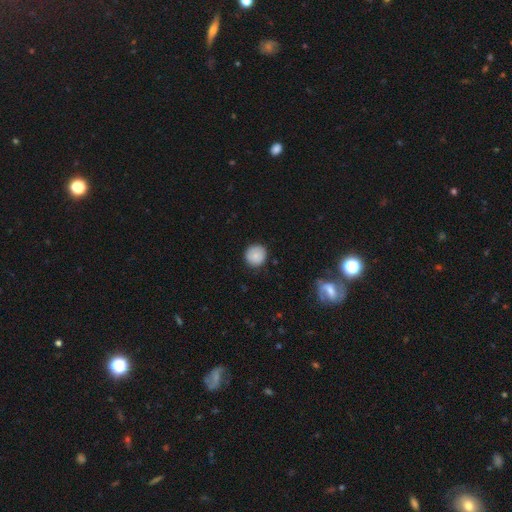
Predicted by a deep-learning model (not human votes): A smooth galaxy with no disk features (82%) that is round (93%). Merging: none (87%).